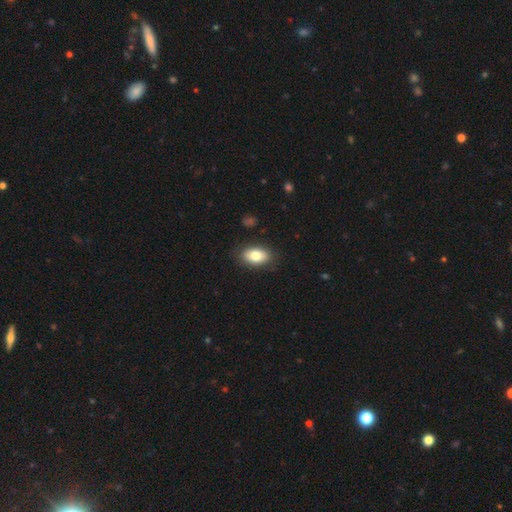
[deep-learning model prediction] This appears to be a smooth galaxy with no disk features (80%) that is in between round and cigar-shaped (90%). Merging: none (86%).